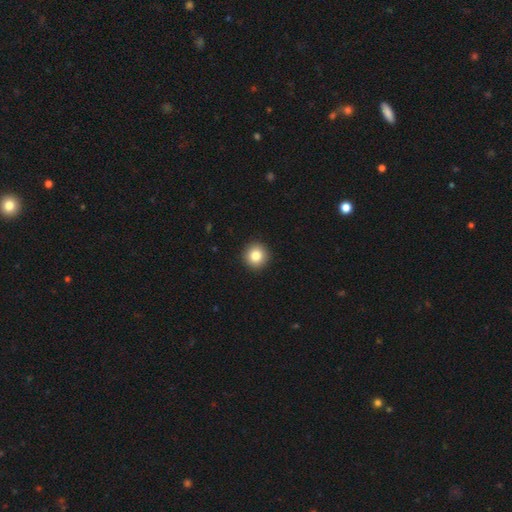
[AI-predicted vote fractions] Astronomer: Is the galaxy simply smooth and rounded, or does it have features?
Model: smooth — 84%.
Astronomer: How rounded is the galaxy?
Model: round — 94%.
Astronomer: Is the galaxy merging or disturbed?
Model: none — 93%.